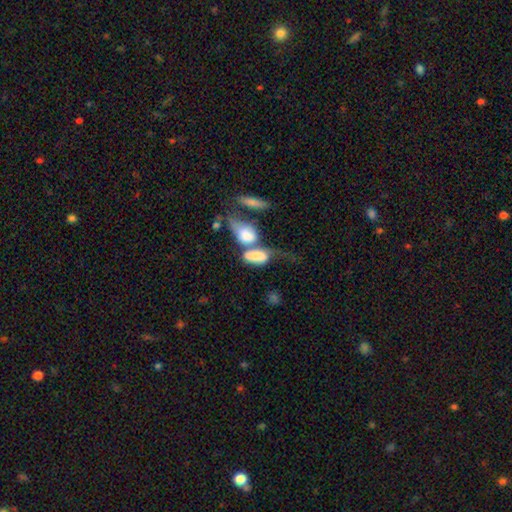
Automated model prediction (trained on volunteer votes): Overall: smooth (67%). How rounded: in between (85%). Merging: merger (67%).